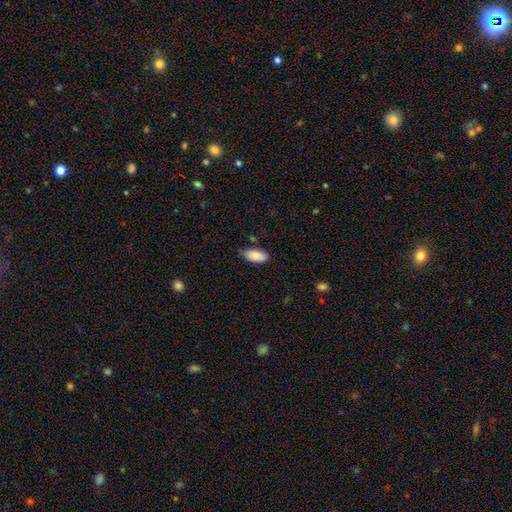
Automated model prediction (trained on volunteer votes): This appears to be a smooth galaxy with no disk features (89%) that is in between round and cigar-shaped (92%). Merging: none (77%).